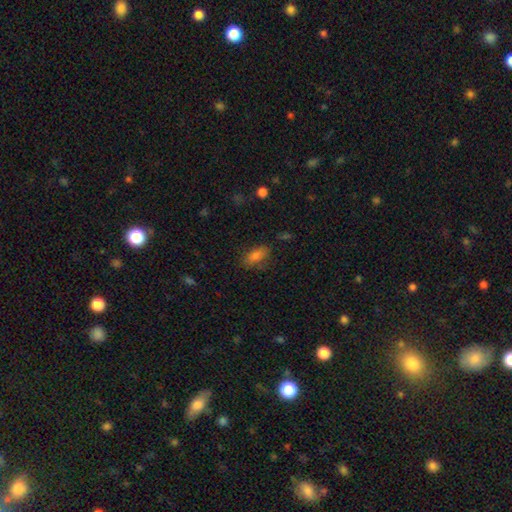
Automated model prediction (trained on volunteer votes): smooth-or-featured: smooth: 74% | star or artifact: 14% | featured or disk: 12%
  how-rounded: in between: 82% | cigar-shaped: 12% | round: 7%
  merging: none: 76% | minor disturbance: 17% | major disturbance: 5% | merger: 2%